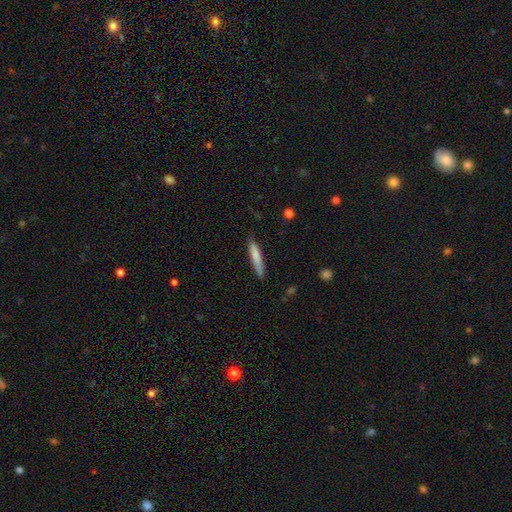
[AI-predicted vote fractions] Smooth or featured? Predicted: smooth (p=0.78). How rounded? Predicted: cigar-shaped (p=0.92). Merging? Predicted: none (p=0.81).